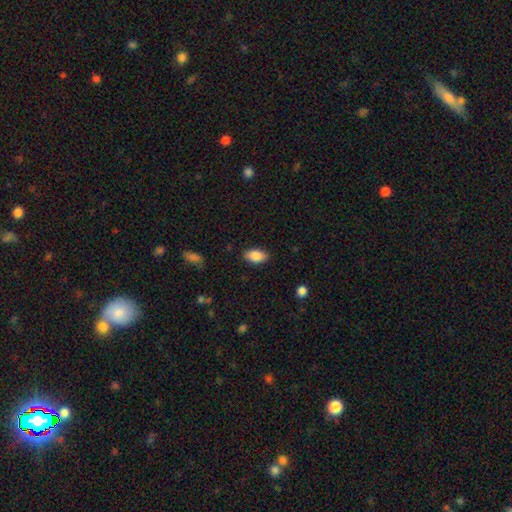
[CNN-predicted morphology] The model was most divided on "merging": none: 86%, minor disturbance: 11%, major disturbance: 3%, merger: 1%. More confident: how rounded — in between (92%); smooth or featured — smooth (87%).